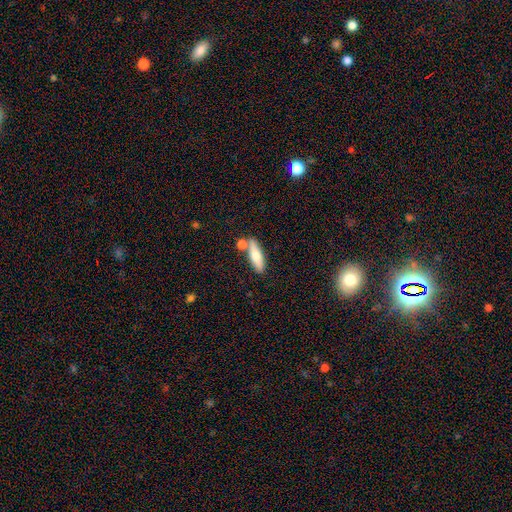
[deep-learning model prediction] Smooth or featured?
  - smooth: 71% *
  - featured or disk: 23%
  - star or artifact: 6%
How rounded?
  - cigar-shaped: 57% *
  - in between: 40%
  - round: 3%
Merging?
  - none: 69% *
  - merger: 16%
  - minor disturbance: 12%
  - major disturbance: 3%